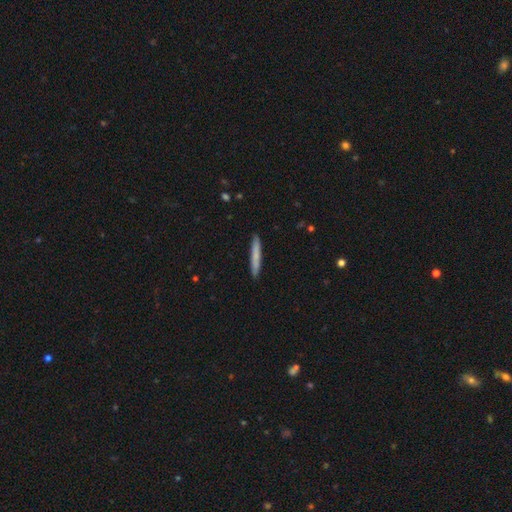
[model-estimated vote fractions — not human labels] Smooth or featured?
  - smooth: 73% *
  - featured or disk: 21%
  - star or artifact: 5%
How rounded?
  - cigar-shaped: 96% *
  - in between: 3%
  - round: 1%
Merging?
  - none: 92% *
  - minor disturbance: 6%
  - major disturbance: 1%
  - merger: 1%